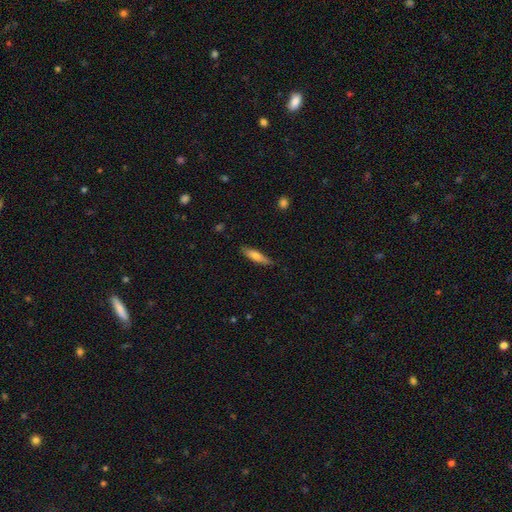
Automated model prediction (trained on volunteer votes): The model was most divided on "smooth or featured": smooth: 68%, featured or disk: 26%, star or artifact: 6%. More confident: merging — none (81%); how rounded — cigar-shaped (75%).